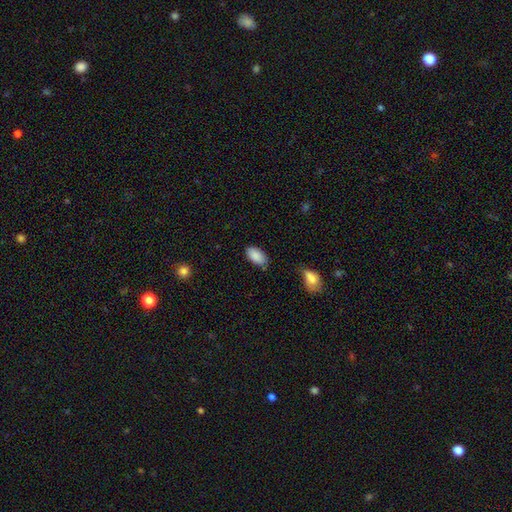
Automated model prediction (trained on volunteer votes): Smooth or featured? smooth (88%)
How rounded? in between (95%)
Merging? none (77%)